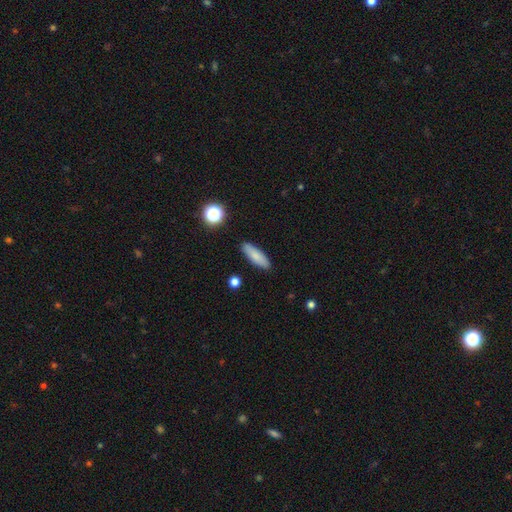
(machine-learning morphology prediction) This is clearly a smooth galaxy (81%). How rounded: possibly cigar-shaped (53%). Merging: clearly none (88%).